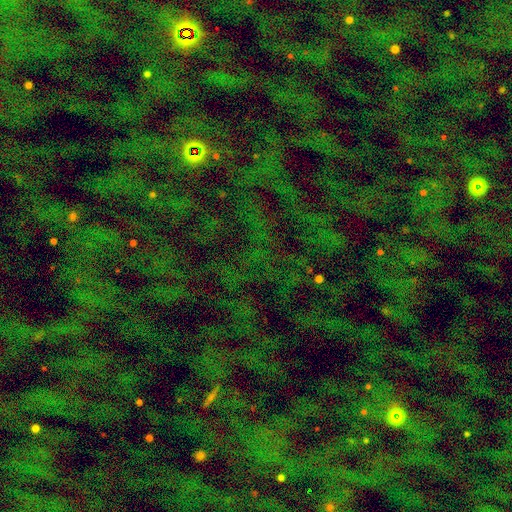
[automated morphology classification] type=star or artifact (71%).